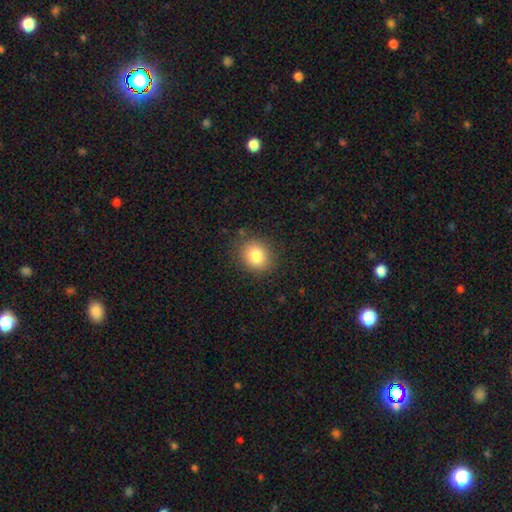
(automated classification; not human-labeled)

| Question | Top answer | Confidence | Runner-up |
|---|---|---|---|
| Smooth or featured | smooth | 83% | star or artifact (10%) |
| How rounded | round | 65% | in between (34%) |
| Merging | none | 85% | minor disturbance (10%) |